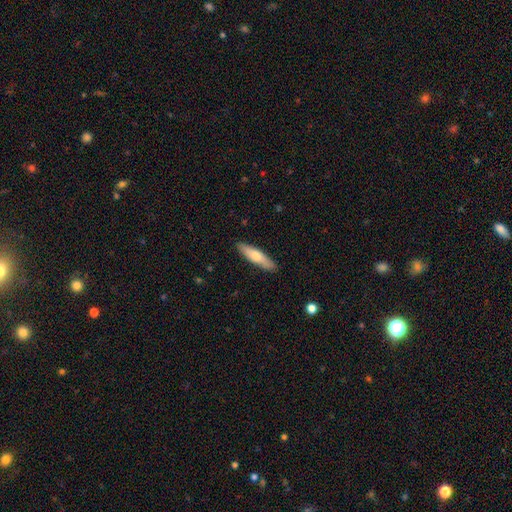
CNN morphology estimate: A smooth galaxy with no disk features (63%) that is cigar-shaped (74%). Merging: none (89%).